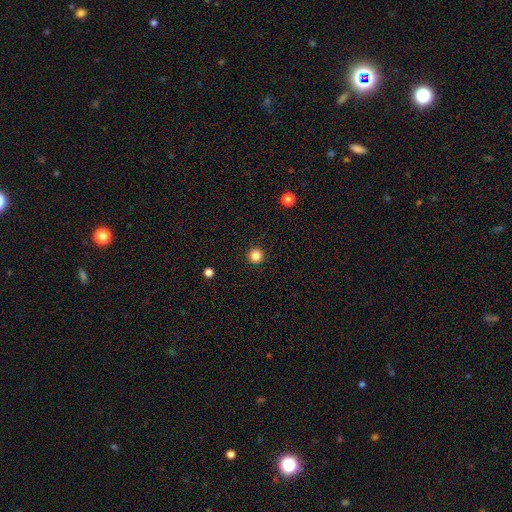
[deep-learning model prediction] Smooth or featured: smooth — 85% (star or artifact — 12%)
How rounded: round — 96% (in between — 3%)
Merging: none — 93% (minor disturbance — 4%)